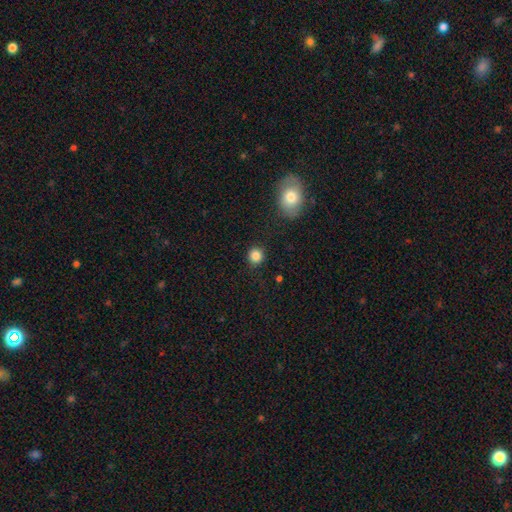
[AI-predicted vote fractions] A smooth galaxy with no disk features (85%) that is round (91%).

Vote fractions:
- Smooth or featured? smooth: 85% / star or artifact: 11% / featured or disk: 5%
- How rounded? round: 91% / in between: 8% / cigar-shaped: 1%
- Merging? none: 90% / minor disturbance: 6% / major disturbance: 2% / merger: 2%